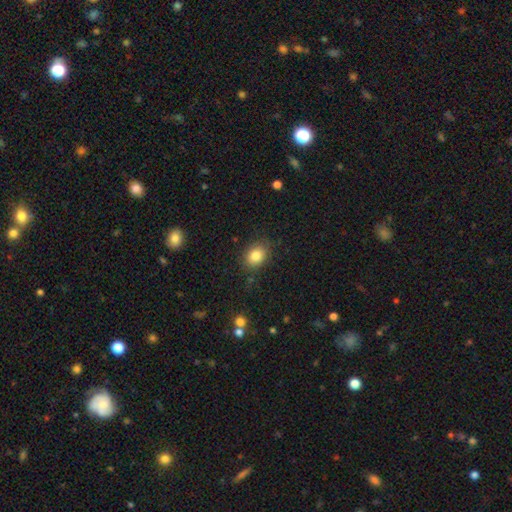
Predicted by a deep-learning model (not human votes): smooth 84%, star or artifact 10%, featured or disk 7%. Down the decision tree: how rounded — in between (53%); merging — none (84%).